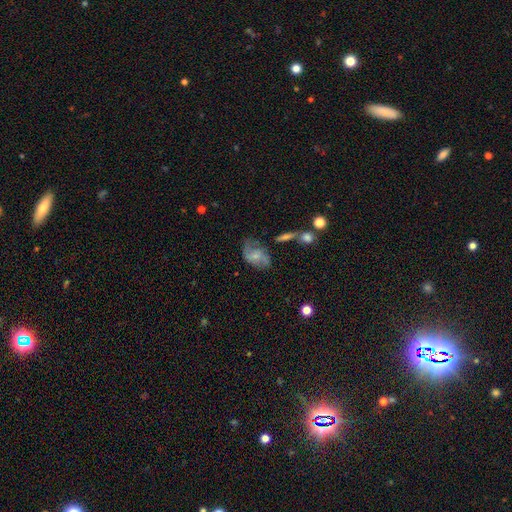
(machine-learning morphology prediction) A featured or disk galaxy (49%). Merging: none (46%).